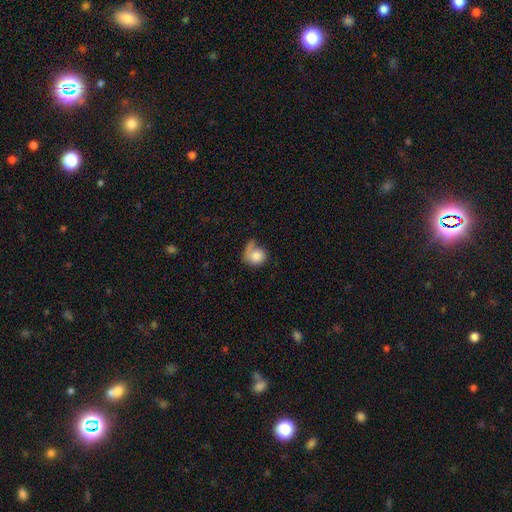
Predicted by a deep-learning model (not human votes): Morphology: type=smooth (64%); roundness=round (76%); merging=none (38%).